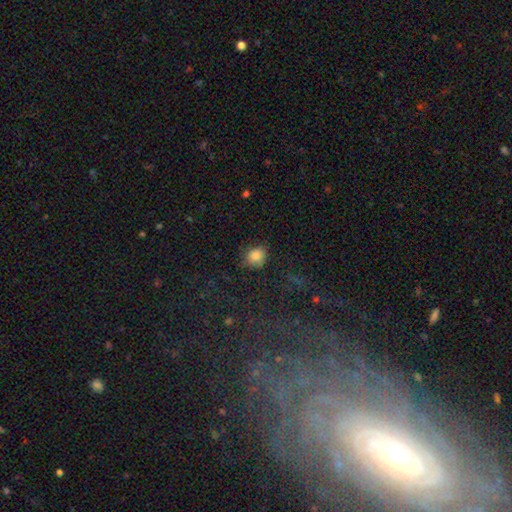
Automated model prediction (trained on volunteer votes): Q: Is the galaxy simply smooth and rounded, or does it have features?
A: smooth — 83%.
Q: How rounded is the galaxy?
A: round — 70%.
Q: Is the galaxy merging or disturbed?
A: none — 71%.